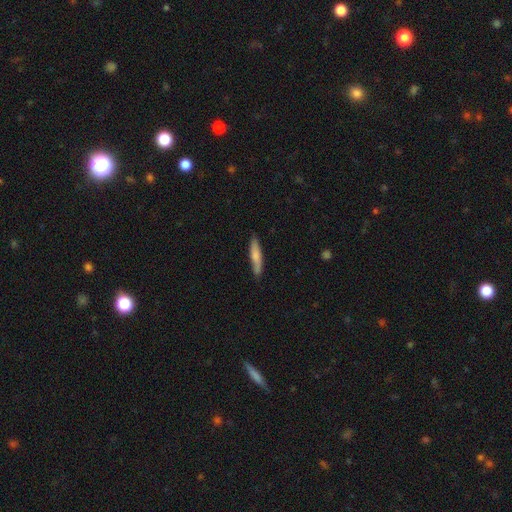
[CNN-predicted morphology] This appears to be a smooth galaxy with no disk features (72%) that is cigar-shaped (86%). Merging: none (83%).